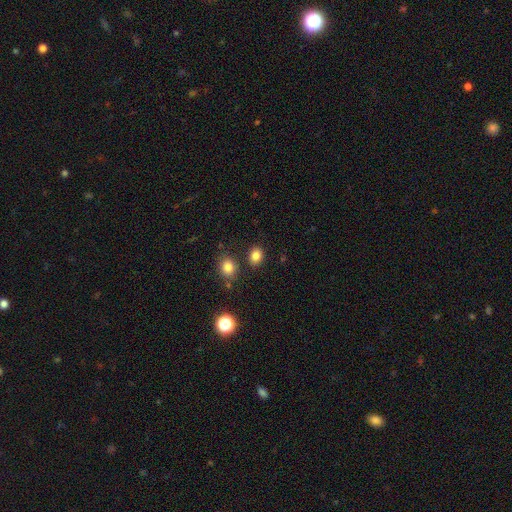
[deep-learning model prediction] The model was most divided on "how rounded": in between: 52%, round: 47%, cigar-shaped: 1%. More confident: smooth or featured — smooth (82%); merging — none (81%).